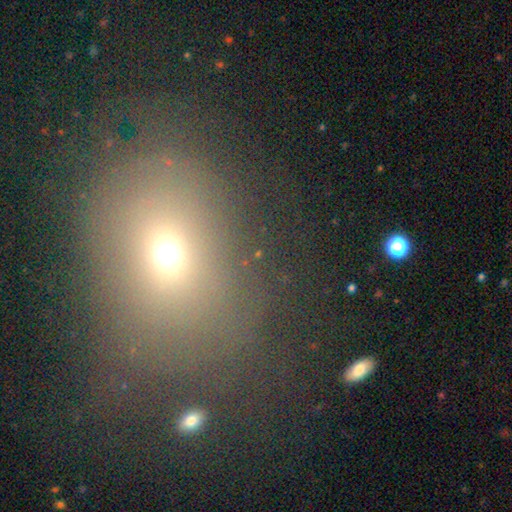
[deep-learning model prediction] This appears to be a smooth galaxy with no disk features (58%) that is round (55%). Merging: none (63%).